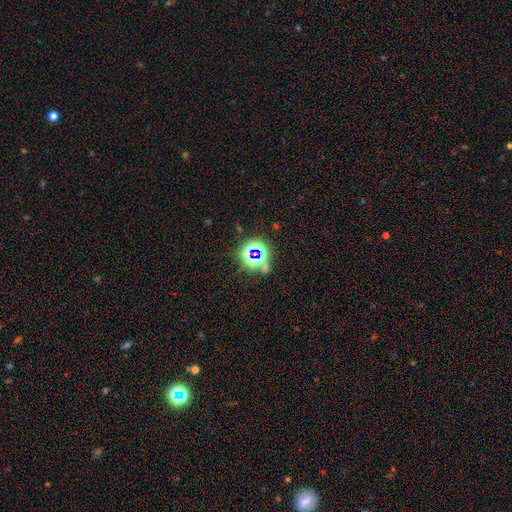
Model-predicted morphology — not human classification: Smooth or featured? star or artifact (74%)